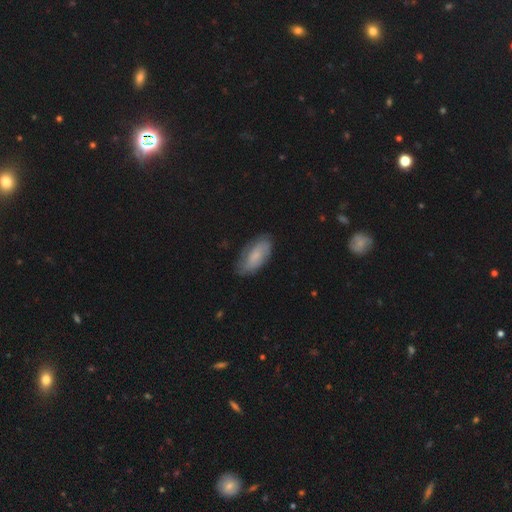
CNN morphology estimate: smooth_or_featured: smooth (p=0.50) [alt: featured or disk p=0.44]
merging: none (p=0.73) [alt: minor disturbance p=0.21]